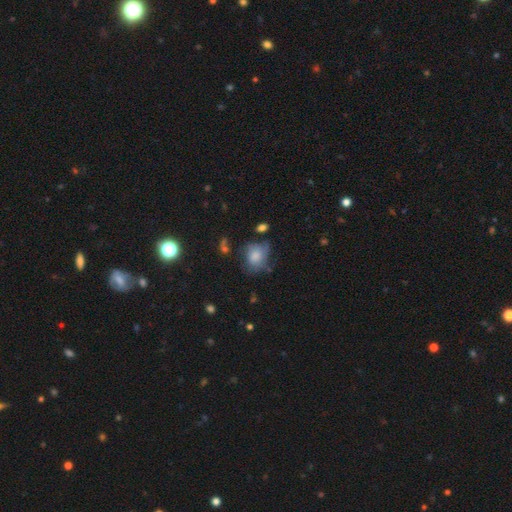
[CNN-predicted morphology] Smooth or featured: smooth — 73% (featured or disk — 17%)
How rounded: round — 51% (in between — 48%)
Merging: none — 47% (minor disturbance — 31%)